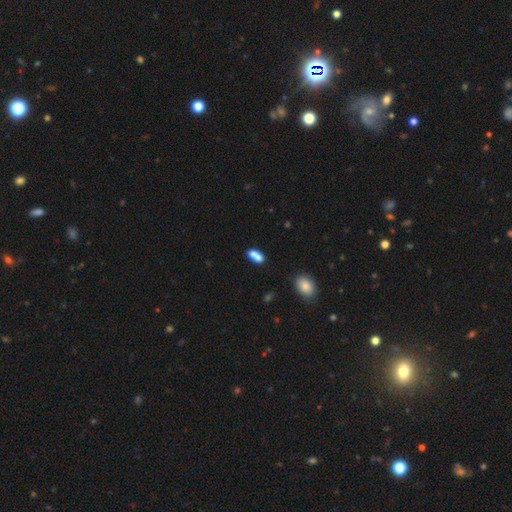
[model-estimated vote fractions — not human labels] Morphology: type=smooth (77%); roundness=in between (78%); merging=merger (52%).